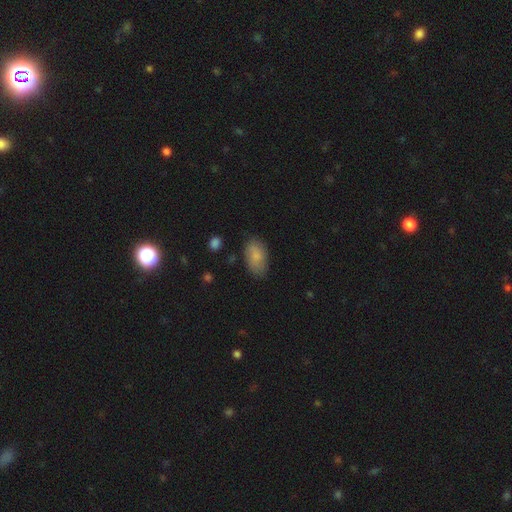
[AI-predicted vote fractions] A smooth galaxy with no disk features (78%) that is in between round and cigar-shaped (93%). Merging: none (76%).